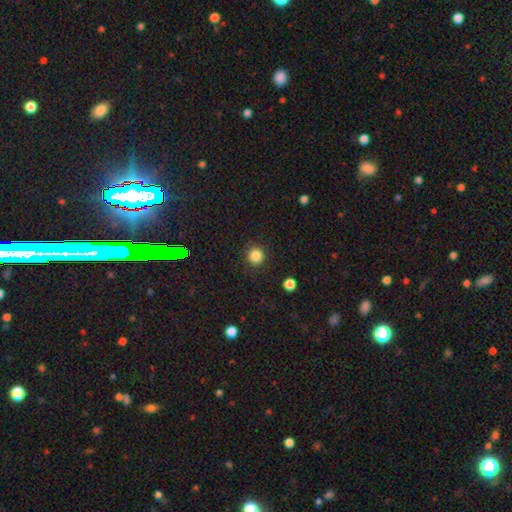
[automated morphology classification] The model was most divided on "smooth or featured": smooth: 84%, star or artifact: 12%, featured or disk: 4%. More confident: how rounded — round (91%); merging — none (90%).